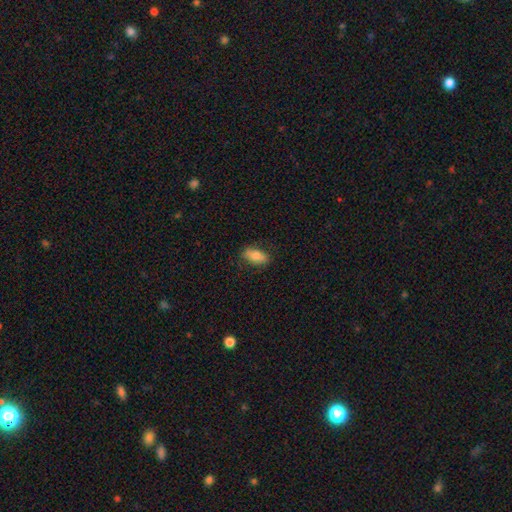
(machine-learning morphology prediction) smooth-or-featured: smooth: 79% | featured or disk: 14% | star or artifact: 7%
  how-rounded: in between: 87% | cigar-shaped: 8% | round: 4%
  merging: none: 82% | minor disturbance: 14% | major disturbance: 3% | merger: 1%